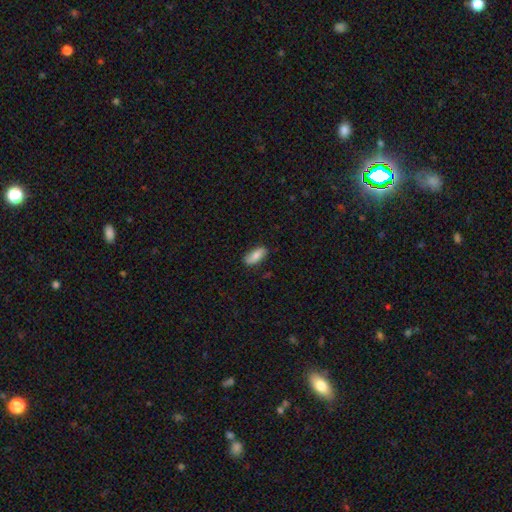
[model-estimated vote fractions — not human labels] A smooth galaxy with no disk features (78%) that is in between round and cigar-shaped (80%). Merging: none (83%).